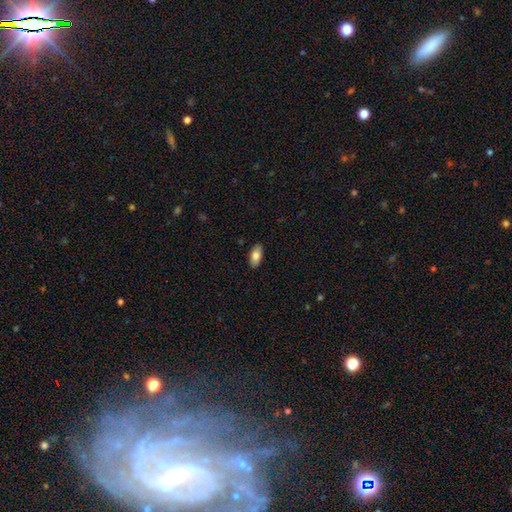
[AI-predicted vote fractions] This is clearly a smooth galaxy (81%). How rounded: clearly in between (90%). Merging: clearly none (88%).